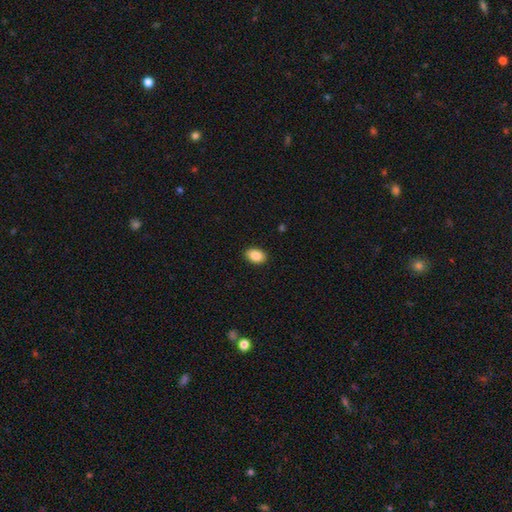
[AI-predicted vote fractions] Overall: smooth (88%). How rounded: in between (85%). Merging: none (90%).